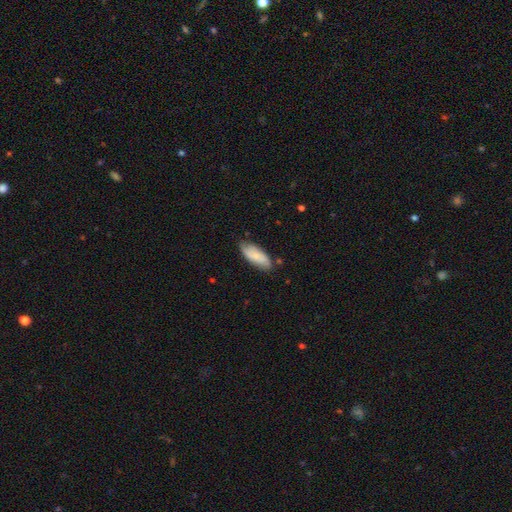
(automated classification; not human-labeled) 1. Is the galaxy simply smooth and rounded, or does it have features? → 73% smooth, 21% featured or disk, 6% star or artifact.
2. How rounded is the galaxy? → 75% in between, 23% cigar-shaped, 2% round.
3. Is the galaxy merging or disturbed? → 78% none, 17% minor disturbance, 3% major disturbance, 2% merger.